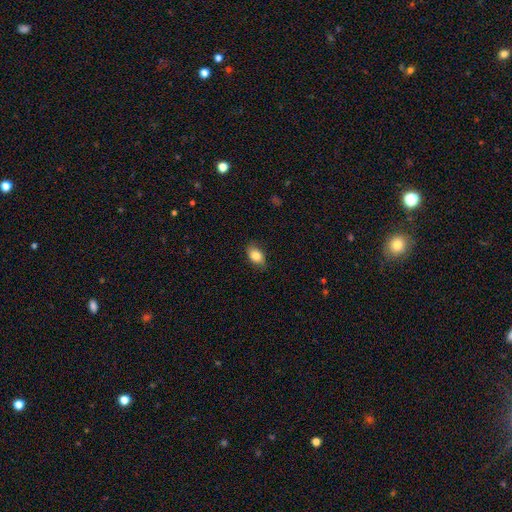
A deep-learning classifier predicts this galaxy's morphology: The model was most divided on "merging": none: 81%, minor disturbance: 15%, major disturbance: 3%, merger: 1%. More confident: how rounded — in between (85%); smooth or featured — smooth (84%).